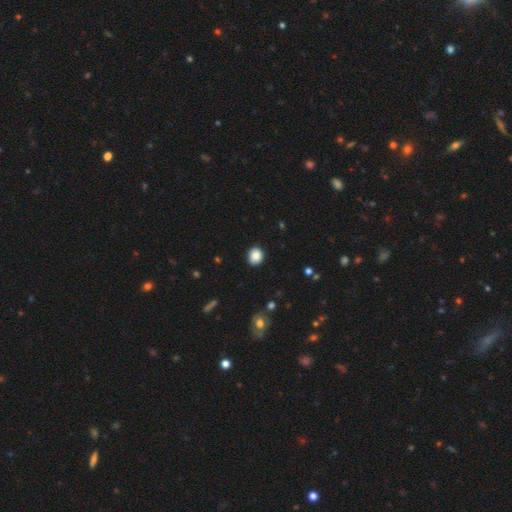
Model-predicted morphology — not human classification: Smooth or featured: smooth — 87% (star or artifact — 9%)
How rounded: round — 71% (in between — 28%)
Merging: none — 89% (minor disturbance — 8%)